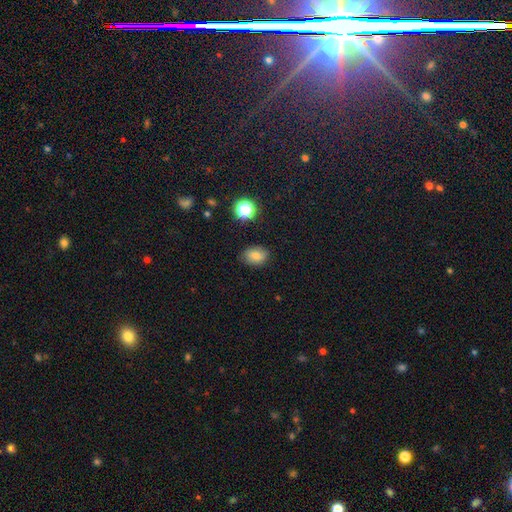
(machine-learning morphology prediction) smooth-or-featured: smooth: 78% | star or artifact: 12% | featured or disk: 9%
  how-rounded: in between: 72% | round: 26% | cigar-shaped: 1%
  merging: none: 85% | minor disturbance: 11% | major disturbance: 3% | merger: 1%